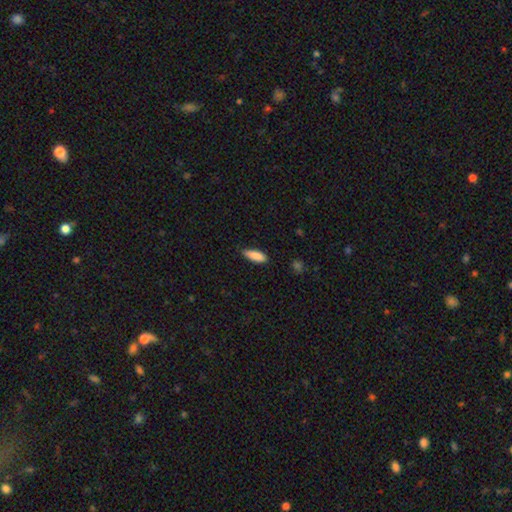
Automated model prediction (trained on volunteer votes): The model was most divided on "how rounded": in between: 69%, cigar-shaped: 30%, round: 2%. More confident: smooth or featured — smooth (88%); merging — none (77%).